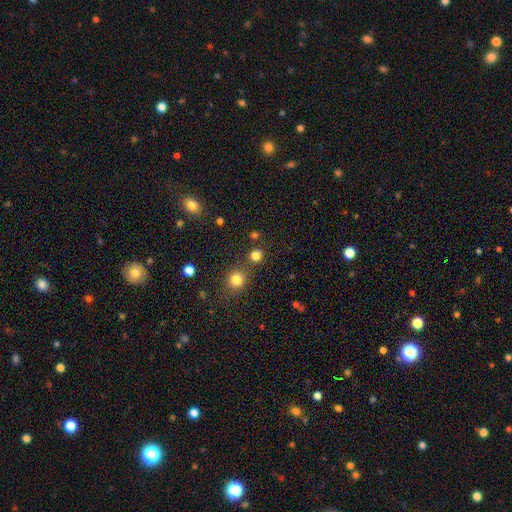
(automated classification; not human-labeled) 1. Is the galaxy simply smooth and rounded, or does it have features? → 80% smooth, 16% star or artifact, 4% featured or disk.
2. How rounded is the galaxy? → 87% round, 12% in between, 1% cigar-shaped.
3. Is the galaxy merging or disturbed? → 78% none, 12% merger, 7% minor disturbance, 3% major disturbance.